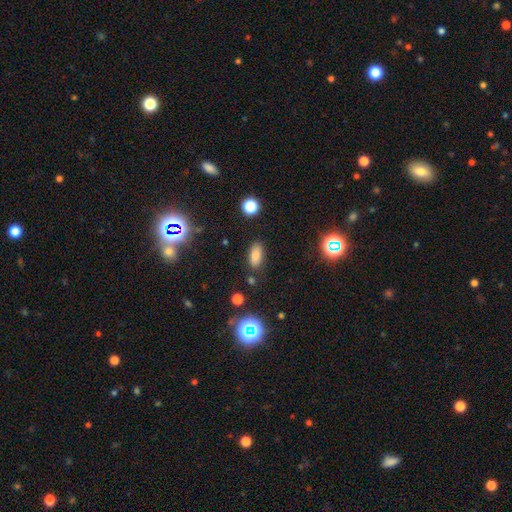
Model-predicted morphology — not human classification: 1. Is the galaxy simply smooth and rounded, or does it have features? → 76% smooth, 16% star or artifact, 8% featured or disk.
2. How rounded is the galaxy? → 88% in between, 8% cigar-shaped, 5% round.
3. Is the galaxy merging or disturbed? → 83% none, 11% minor disturbance, 3% major disturbance, 3% merger.